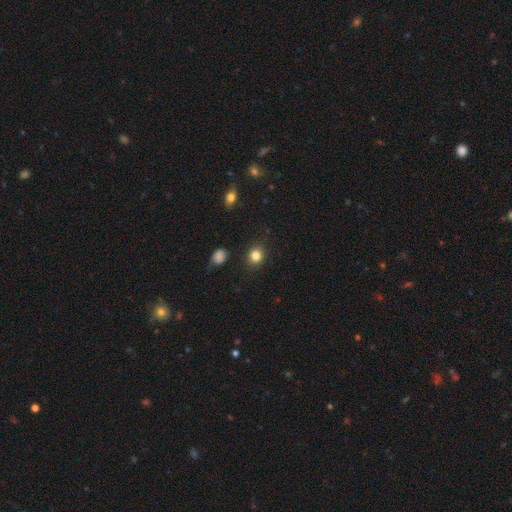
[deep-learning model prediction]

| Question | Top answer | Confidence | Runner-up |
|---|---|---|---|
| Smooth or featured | smooth | 84% | star or artifact (11%) |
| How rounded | round | 81% | in between (18%) |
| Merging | none | 88% | minor disturbance (8%) |